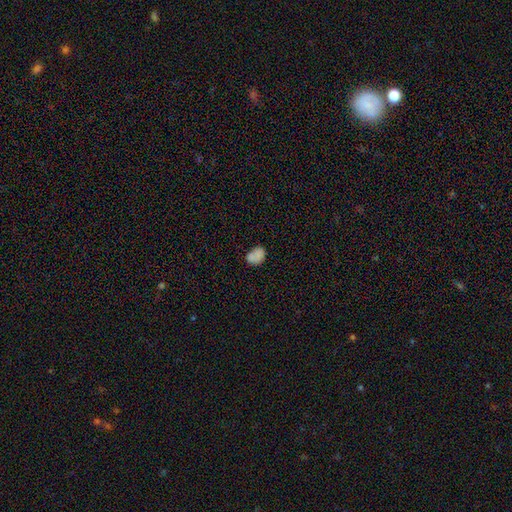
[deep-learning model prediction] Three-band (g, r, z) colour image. It shows a smooth galaxy with no disk features (80%) that is in between round and cigar-shaped (67%). Merging: none (61%).